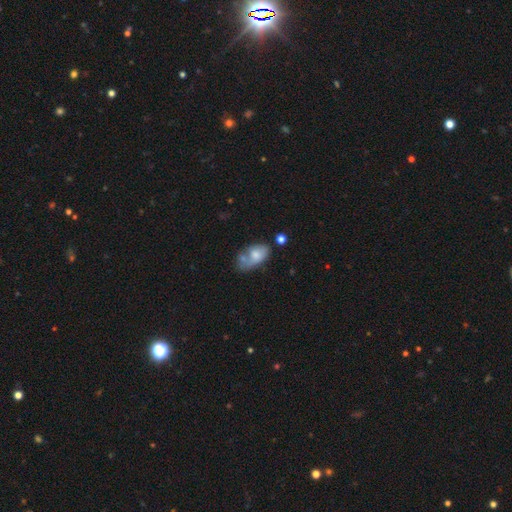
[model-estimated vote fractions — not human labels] Smooth or featured?
  - smooth: 65% *
  - featured or disk: 27%
  - star or artifact: 8%
How rounded?
  - in between: 90% *
  - round: 8%
  - cigar-shaped: 3%
Merging?
  - none: 28% * (tied)
  - merger: 28% * (tied)
  - minor disturbance: 24%
  - major disturbance: 20%